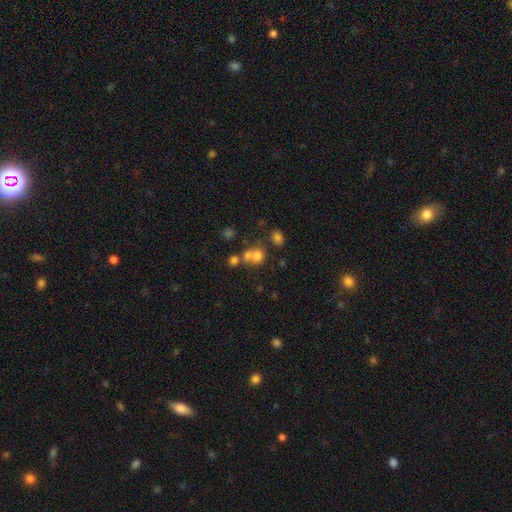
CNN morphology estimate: smooth-or-featured: smooth: 68% | star or artifact: 18% | featured or disk: 14%
  how-rounded: round: 77% | in between: 22% | cigar-shaped: 1%
  merging: none: 43% | merger: 42% | minor disturbance: 9% | major disturbance: 6%